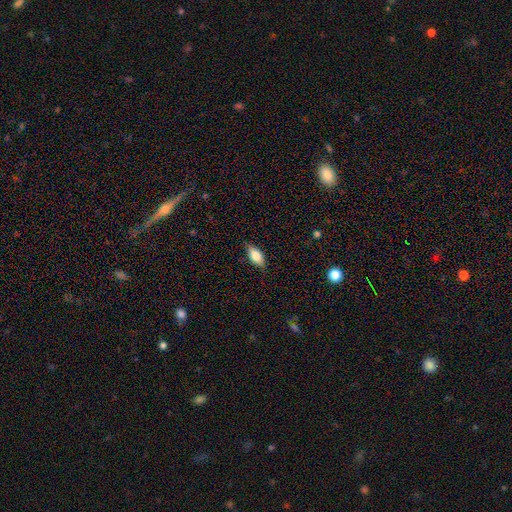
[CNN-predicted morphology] Overall: smooth (80%). How rounded: in between (86%). Merging: none (83%).